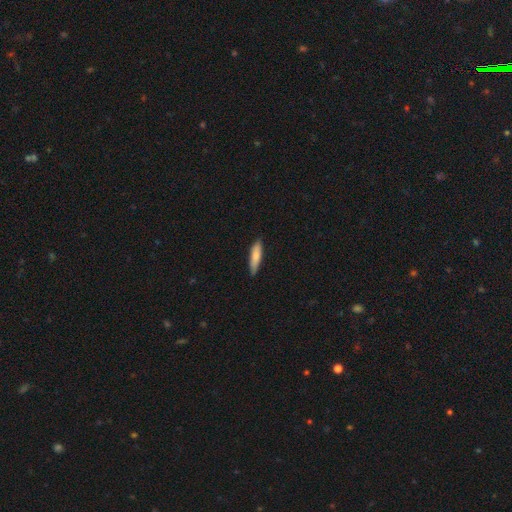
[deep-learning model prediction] Smooth or featured? Predicted: smooth (p=0.78). How rounded? Predicted: cigar-shaped (p=0.76). Merging? Predicted: none (p=0.84).